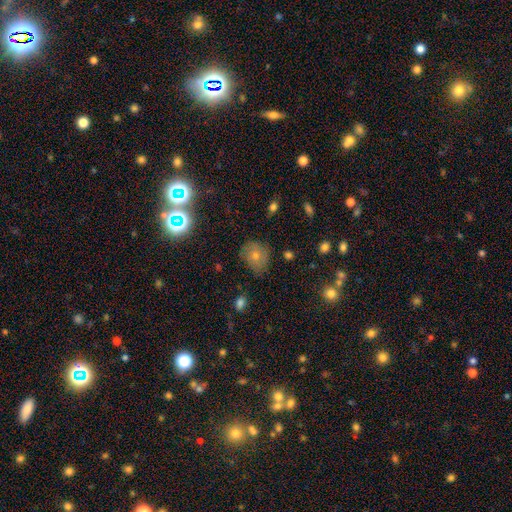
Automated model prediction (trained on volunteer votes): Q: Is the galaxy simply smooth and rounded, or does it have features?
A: smooth — 70%.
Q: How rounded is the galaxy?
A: round — 66%.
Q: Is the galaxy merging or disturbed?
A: none — 69%.